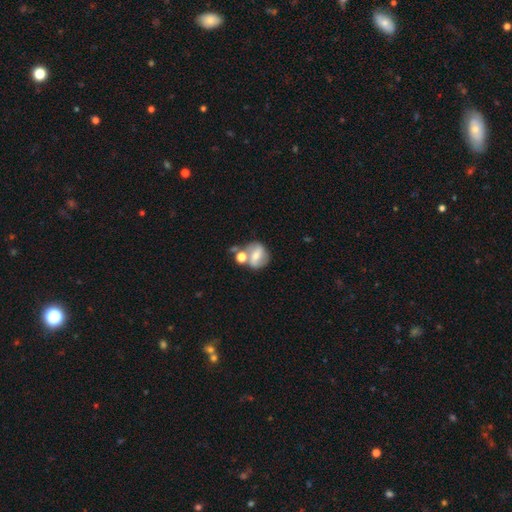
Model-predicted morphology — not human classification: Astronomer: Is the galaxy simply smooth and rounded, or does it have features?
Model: featured or disk — 49% (runner-up: smooth, 42%).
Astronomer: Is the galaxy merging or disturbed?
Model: none — 49% (runner-up: merger, 31%).